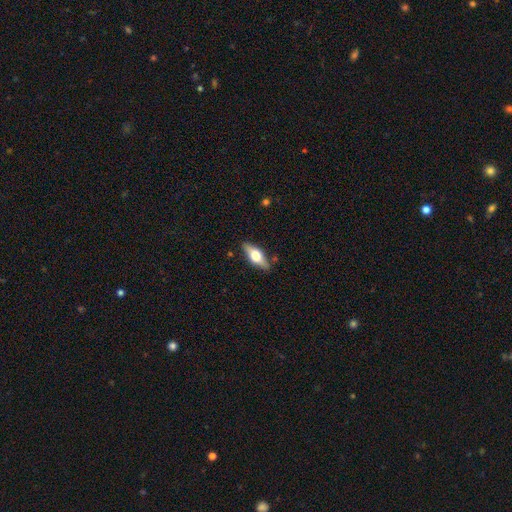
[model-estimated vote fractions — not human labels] A featured or disk galaxy (50%). Merging: none (85%).